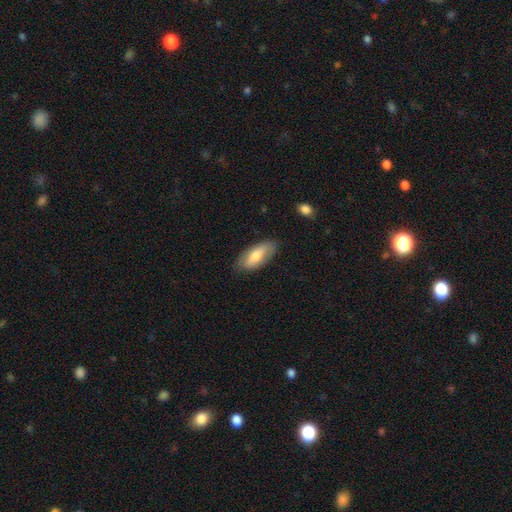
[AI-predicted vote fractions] Q: Smooth or featured?
A: smooth (67%); runner-up: featured or disk (27%)
Q: How rounded?
A: in between (86%); runner-up: cigar-shaped (12%)
Q: Merging?
A: none (80%); runner-up: minor disturbance (16%)